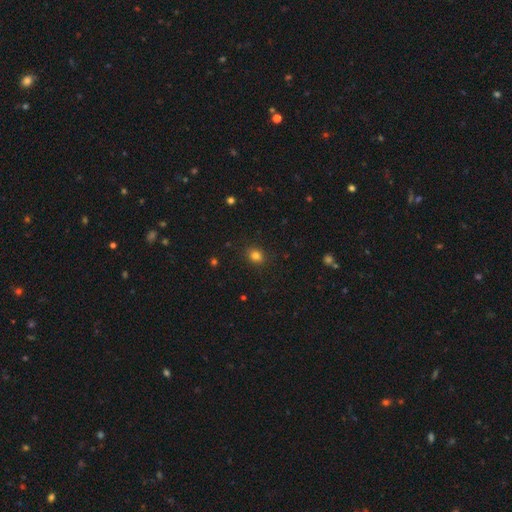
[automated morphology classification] Smooth or featured: smooth — 81% (star or artifact — 13%)
How rounded: round — 65% (in between — 35%)
Merging: none — 88% (minor disturbance — 8%)